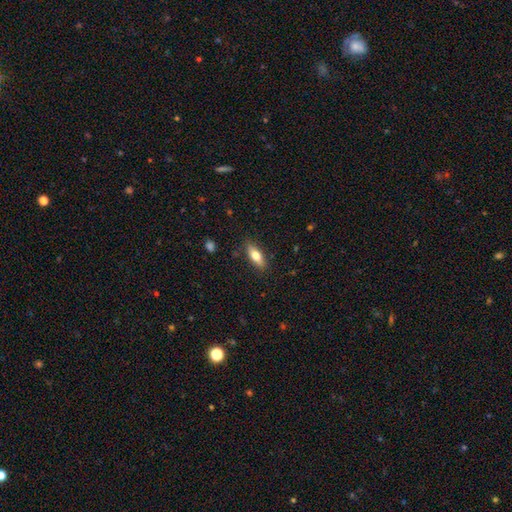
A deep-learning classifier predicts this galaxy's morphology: Smooth or featured? Predicted: smooth (p=0.69). How rounded? Predicted: in between (p=0.65). Merging? Predicted: none (p=0.86).